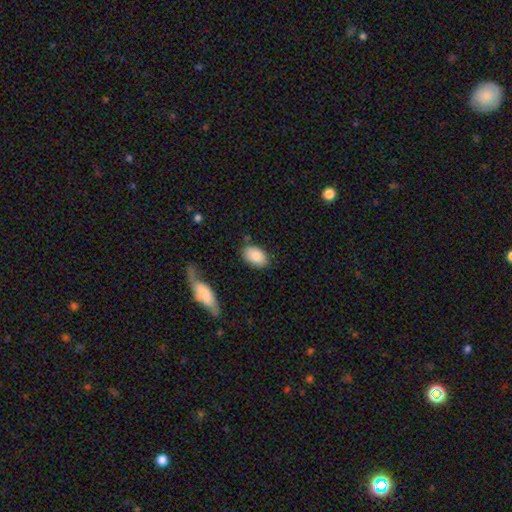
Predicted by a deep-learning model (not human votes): smooth_or_featured: smooth (p=0.86) [alt: featured or disk p=0.08]
how_rounded: in between (p=0.90) [alt: round p=0.09]
merging: none (p=0.78) [alt: minor disturbance p=0.14]